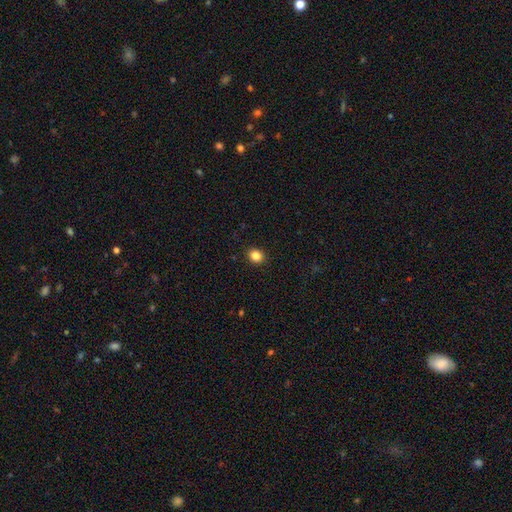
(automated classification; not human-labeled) Overall: smooth (85%). How rounded: round (73%). Merging: none (91%).